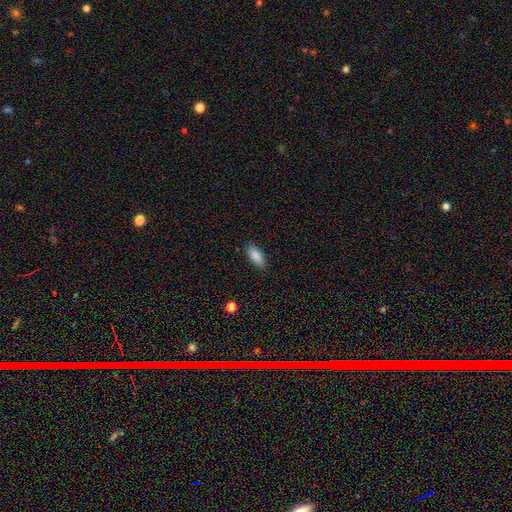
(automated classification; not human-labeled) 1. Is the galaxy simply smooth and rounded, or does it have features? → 85% smooth, 8% featured or disk, 7% star or artifact.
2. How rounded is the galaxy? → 82% in between, 16% cigar-shaped, 2% round.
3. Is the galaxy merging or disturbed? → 87% none, 10% minor disturbance, 2% major disturbance, 1% merger.